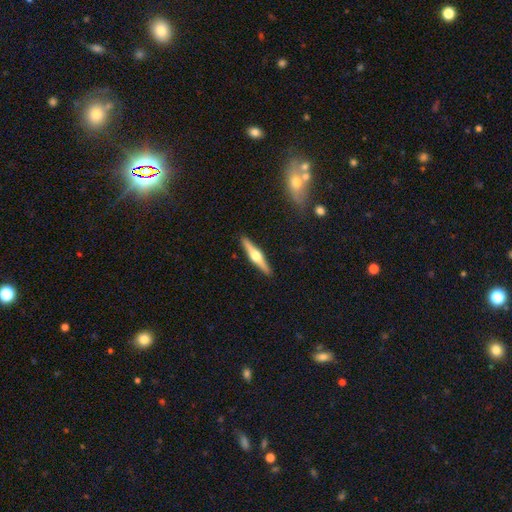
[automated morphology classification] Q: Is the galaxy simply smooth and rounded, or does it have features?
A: featured or disk — 69%.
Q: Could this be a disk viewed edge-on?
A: yes — 98%.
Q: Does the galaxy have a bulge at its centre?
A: rounded — 95%.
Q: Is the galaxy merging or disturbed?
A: none — 91%.